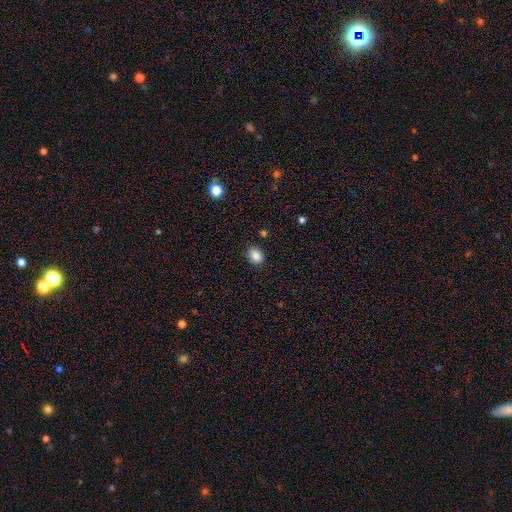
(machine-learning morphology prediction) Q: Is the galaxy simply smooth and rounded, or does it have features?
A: smooth — 86%.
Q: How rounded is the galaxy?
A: in between — 59%.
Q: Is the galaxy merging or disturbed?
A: none — 85%.